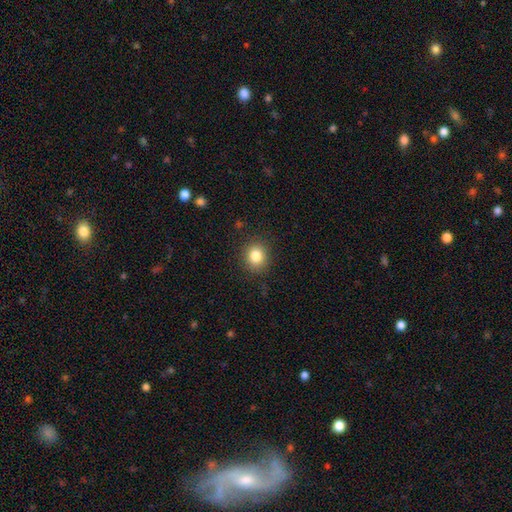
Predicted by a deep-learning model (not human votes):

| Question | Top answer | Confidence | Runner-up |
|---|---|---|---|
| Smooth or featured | smooth | 83% | star or artifact (11%) |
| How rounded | round | 80% | in between (19%) |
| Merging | none | 87% | minor disturbance (9%) |